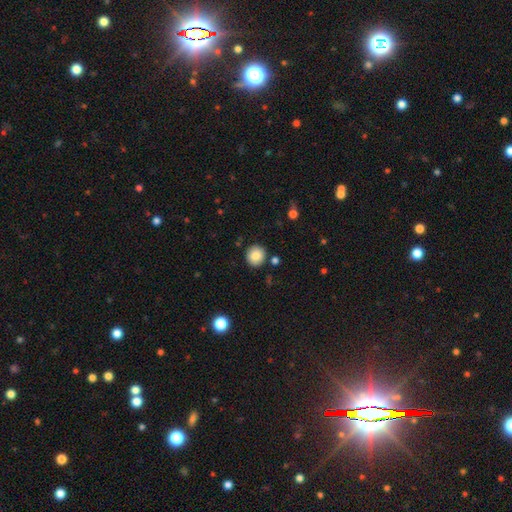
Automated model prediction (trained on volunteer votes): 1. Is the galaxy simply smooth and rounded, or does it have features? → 86% smooth, 9% star or artifact, 5% featured or disk.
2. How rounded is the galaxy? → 93% round, 6% in between, 1% cigar-shaped.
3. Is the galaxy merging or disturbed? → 89% none, 6% minor disturbance, 3% merger, 2% major disturbance.